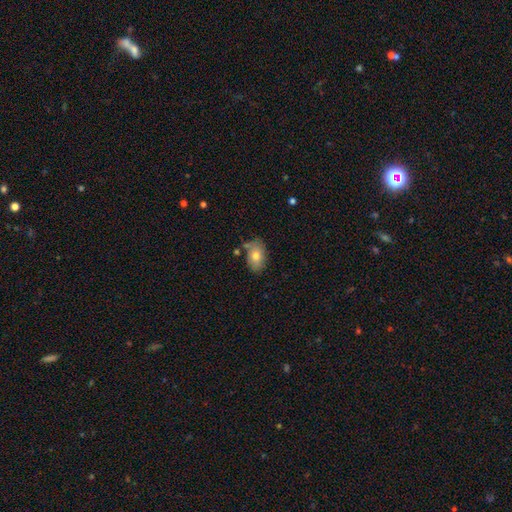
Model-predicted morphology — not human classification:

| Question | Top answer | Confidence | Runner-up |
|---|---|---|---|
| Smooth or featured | smooth | 75% | featured or disk (17%) |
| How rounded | in between | 86% | round (12%) |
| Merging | none | 70% | minor disturbance (18%) |